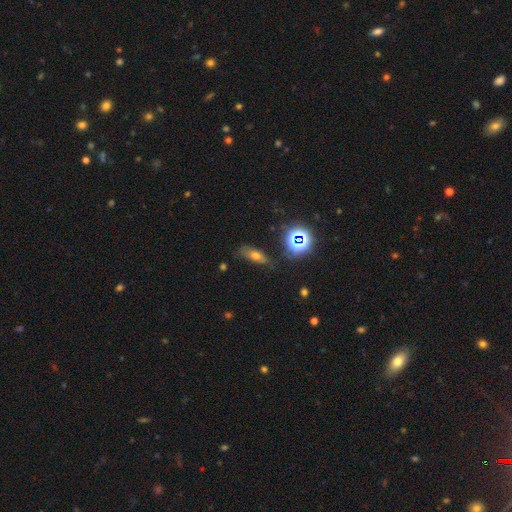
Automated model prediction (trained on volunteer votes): Q: Smooth or featured?
A: smooth (55%); runner-up: star or artifact (23%)
Q: How rounded?
A: in between (64%); runner-up: cigar-shaped (27%)
Q: Merging?
A: none (70%); runner-up: minor disturbance (20%)